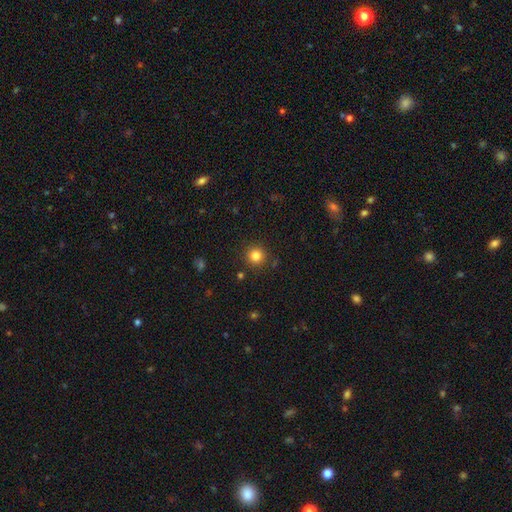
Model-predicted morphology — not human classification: smooth_or_featured: smooth (p=0.83) [alt: star or artifact p=0.12]
how_rounded: round (p=0.93) [alt: in between p=0.06]
merging: none (p=0.88) [alt: minor disturbance p=0.07]